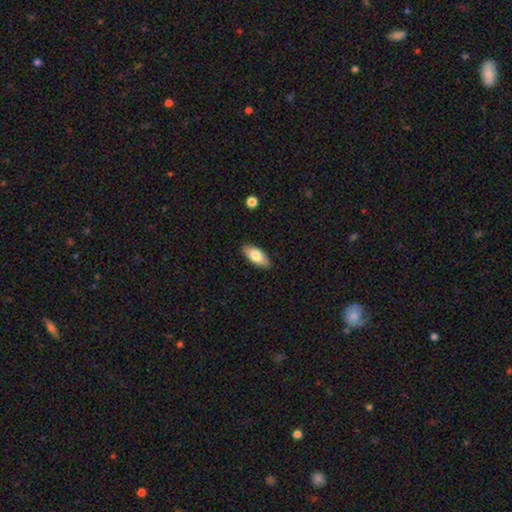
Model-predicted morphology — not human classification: Q: Smooth or featured?
A: smooth (79%); runner-up: featured or disk (15%)
Q: How rounded?
A: in between (89%); runner-up: cigar-shaped (9%)
Q: Merging?
A: none (87%); runner-up: minor disturbance (10%)